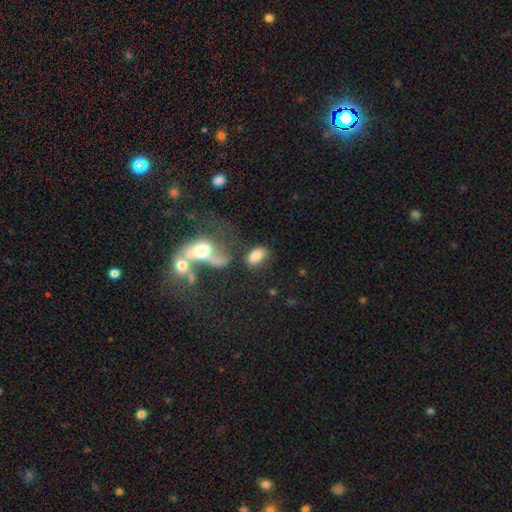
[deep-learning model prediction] Smooth or featured? smooth (78%)
How rounded? in between (87%)
Merging? none (47%)